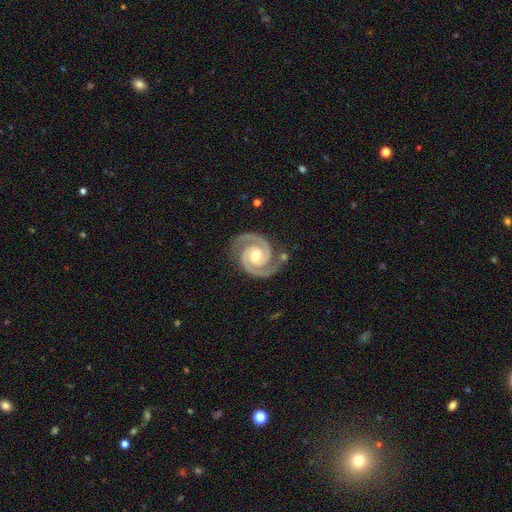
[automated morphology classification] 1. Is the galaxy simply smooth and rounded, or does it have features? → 94% featured or disk, 4% star or artifact, 2% smooth.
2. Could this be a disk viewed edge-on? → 98% no, 2% yes.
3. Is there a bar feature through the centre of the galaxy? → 52% no, 33% weak, 15% strong.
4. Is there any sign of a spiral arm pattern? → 99% yes, 1% no.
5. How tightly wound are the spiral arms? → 61% tight, 35% medium, 3% loose.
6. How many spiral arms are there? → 94% 2, 2% 3, 1% can't tell, 1% 1, 1% 4, 1% more than 4.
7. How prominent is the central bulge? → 68% moderate, 27% small, 3% large, 1% none, 1% dominant.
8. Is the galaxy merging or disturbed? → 83% none, 12% minor disturbance, 3% major disturbance, 2% merger.